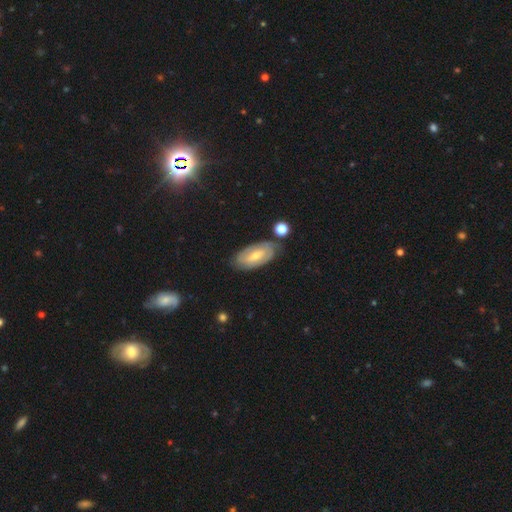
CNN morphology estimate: featured or disk 61%, smooth 32%, star or artifact 7%. Down the decision tree: edge-on disk — no (90%); bar — weak (45%); spiral arms — yes (77%); bulge size — small (54%); merging — none (73%).